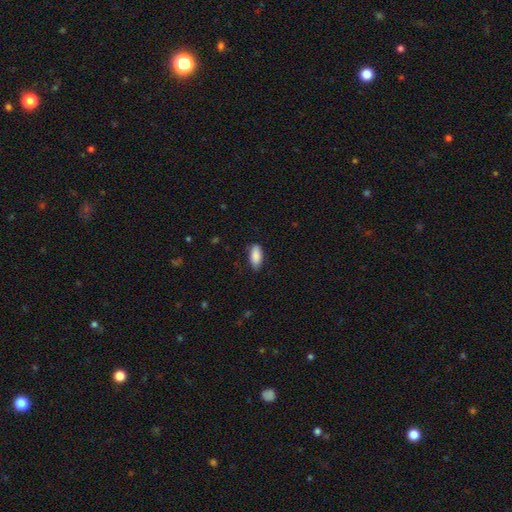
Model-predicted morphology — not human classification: Smooth or featured? Predicted: smooth (p=0.89). How rounded? Predicted: in between (p=0.88). Merging? Predicted: none (p=0.82).